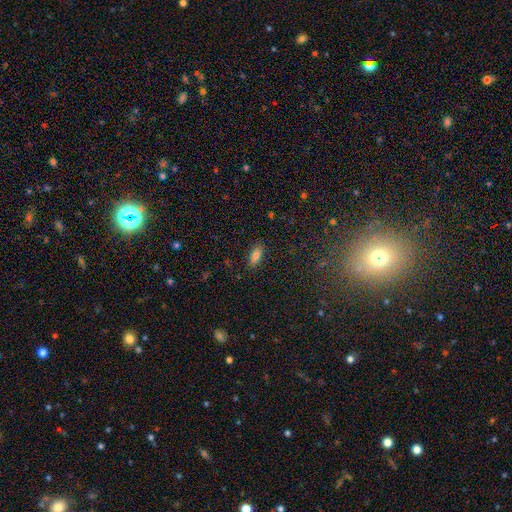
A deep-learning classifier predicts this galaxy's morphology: This appears to be a smooth galaxy with no disk features (83%) that is in between round and cigar-shaped (85%). Merging: none (87%).